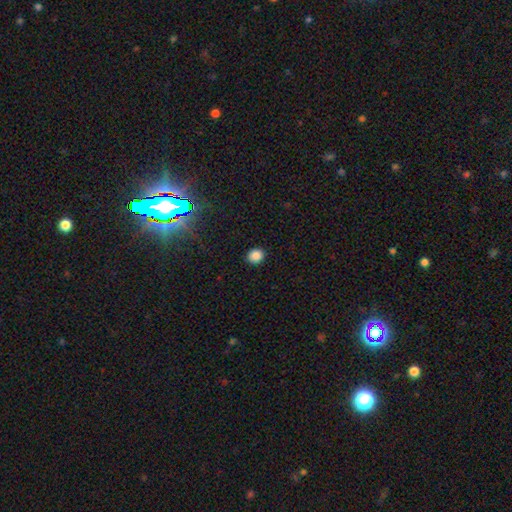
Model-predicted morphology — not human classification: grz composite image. It shows a smooth galaxy with no disk features (85%) that is round (76%). Merging: none (90%).